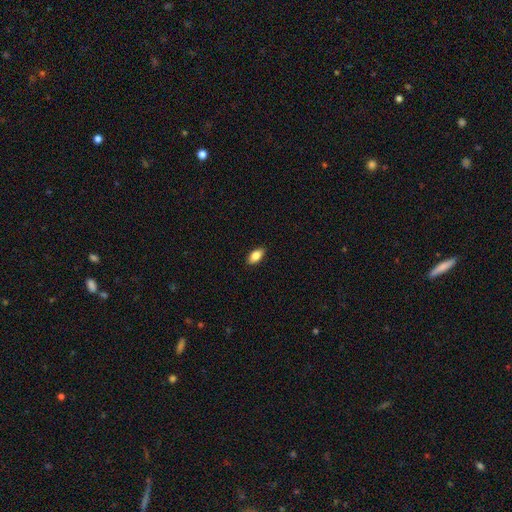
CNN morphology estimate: smooth 84%, featured or disk 9%, star or artifact 7%. Down the decision tree: how rounded — in between (91%); merging — none (89%).